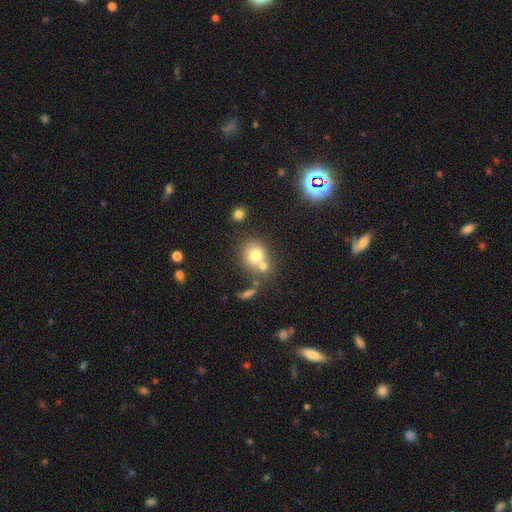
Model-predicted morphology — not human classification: A smooth galaxy with no disk features (73%) that is round (75%).

Vote fractions:
- Smooth or featured? smooth: 73% / featured or disk: 15% / star or artifact: 12%
- How rounded? round: 75% / in between: 24% / cigar-shaped: 1%
- Merging? none: 47% / merger: 38% / minor disturbance: 11% / major disturbance: 5%